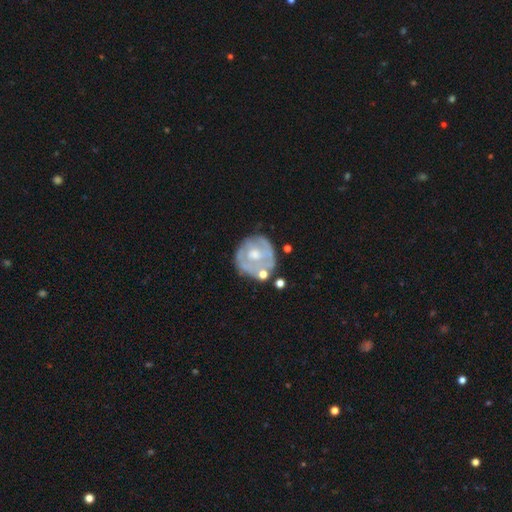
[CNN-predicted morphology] Overall: featured or disk (63%; smooth 30%). Edge-on disk: no (97%). Bar: no (78%). Spiral arms: no (56%; yes 44%). Bulge size: moderate (58%; small 26%). Merging: none (57%; minor disturbance 22%).